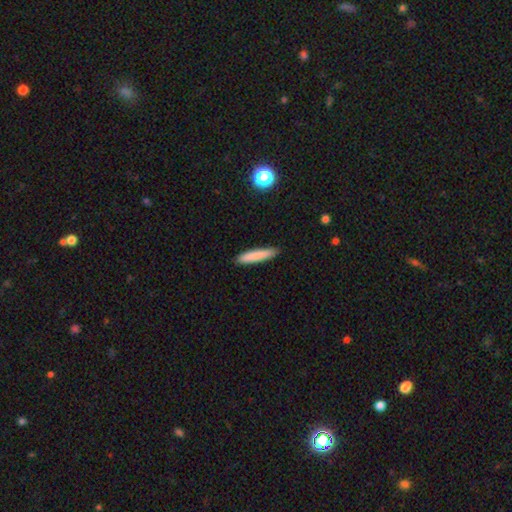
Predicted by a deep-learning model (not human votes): This appears to be a smooth galaxy with no disk features (83%) that is cigar-shaped (90%). Merging: none (90%).